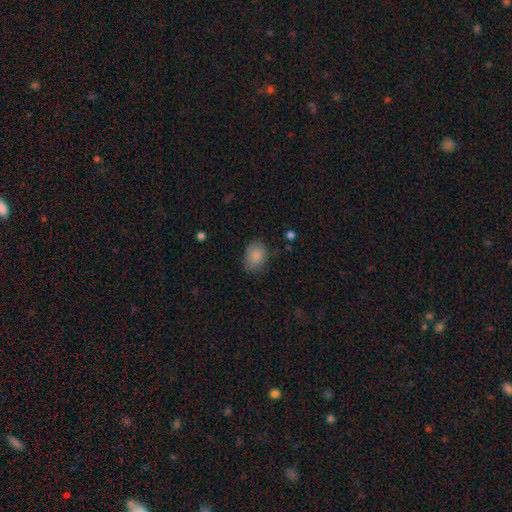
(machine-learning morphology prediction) This is clearly a smooth galaxy (86%). How rounded: likely in between (66%). Merging: likely none (73%).